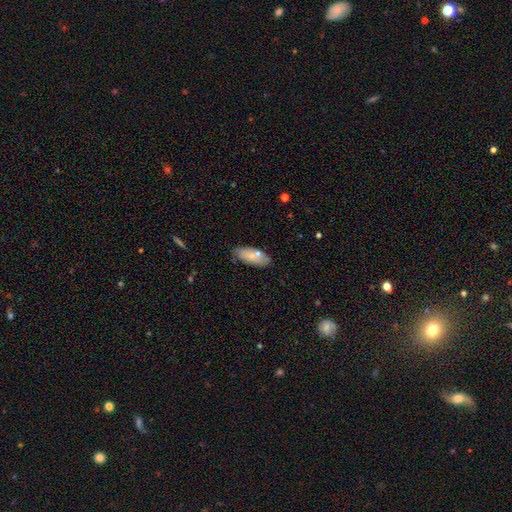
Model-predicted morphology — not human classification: A smooth galaxy with no disk features (72%) that is in between round and cigar-shaped (84%). Merging: none (72%).